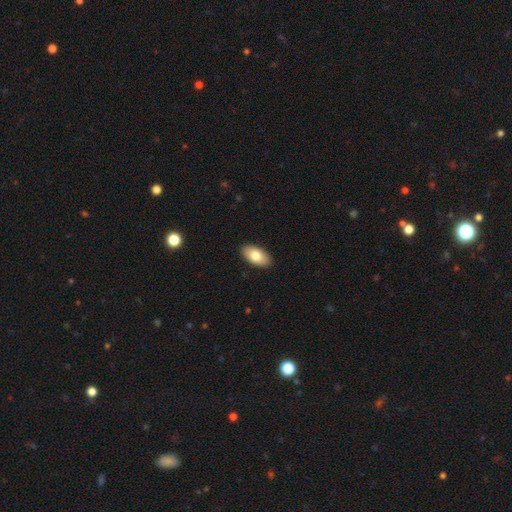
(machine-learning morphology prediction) A smooth galaxy with no disk features (78%) that is in between round and cigar-shaped (94%).

Vote fractions:
- Smooth or featured? smooth: 78% / featured or disk: 16% / star or artifact: 6%
- How rounded? in between: 94% / round: 3% / cigar-shaped: 2%
- Merging? none: 90% / minor disturbance: 8% / major disturbance: 2% / merger: 1%